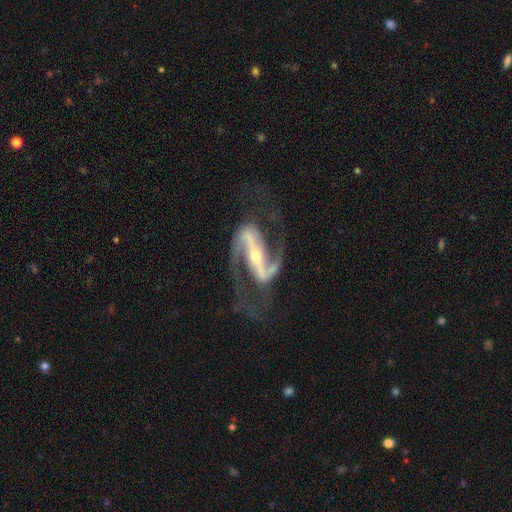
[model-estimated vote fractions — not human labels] Smooth or featured? Predicted: featured or disk (p=0.93). Edge-on disk? Predicted: no (p=0.95). Bar? Predicted: strong (p=0.76). Spiral arms? Predicted: yes (p=0.98). Spiral winding? Predicted: medium (p=0.52). Spiral arm count? Predicted: 2 (p=0.94). Bulge size? Predicted: small (p=0.59). Merging? Predicted: none (p=0.73).